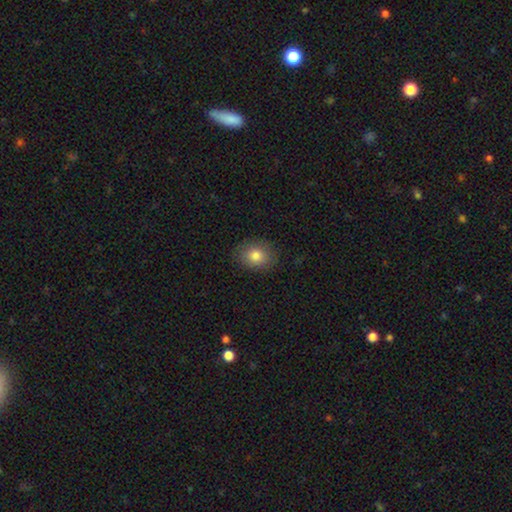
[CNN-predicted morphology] Smooth or featured: smooth — 82% (star or artifact — 9%)
How rounded: round — 50% (in between — 49%)
Merging: none — 86% (minor disturbance — 10%)